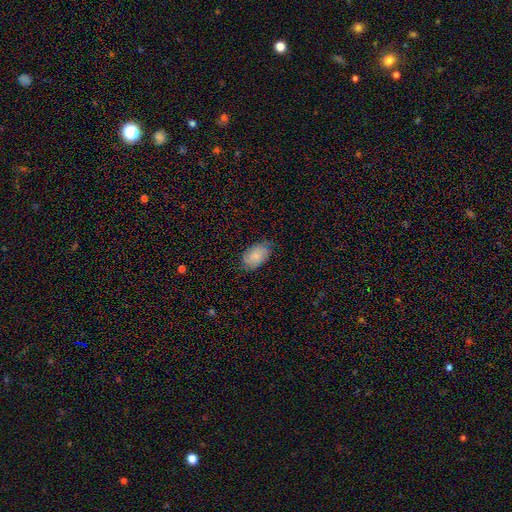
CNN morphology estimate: A smooth galaxy with no disk features (74%) that is in between round and cigar-shaped (91%).

Vote fractions:
- Smooth or featured? smooth: 74% / featured or disk: 19% / star or artifact: 7%
- How rounded? in between: 91% / round: 8% / cigar-shaped: 1%
- Merging? none: 74% / minor disturbance: 21% / major disturbance: 4% / merger: 1%